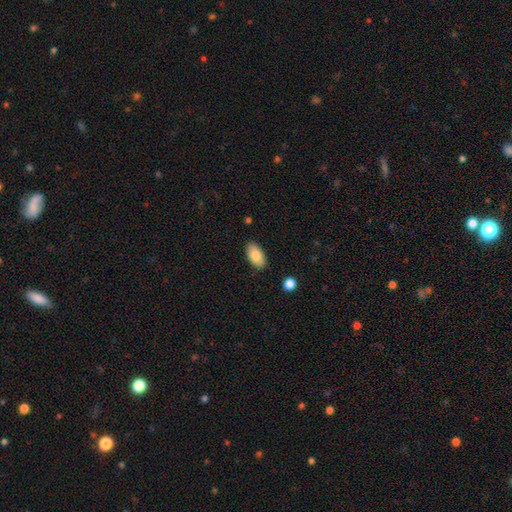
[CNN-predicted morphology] Overall: smooth (87%). How rounded: in between (95%). Merging: none (85%).